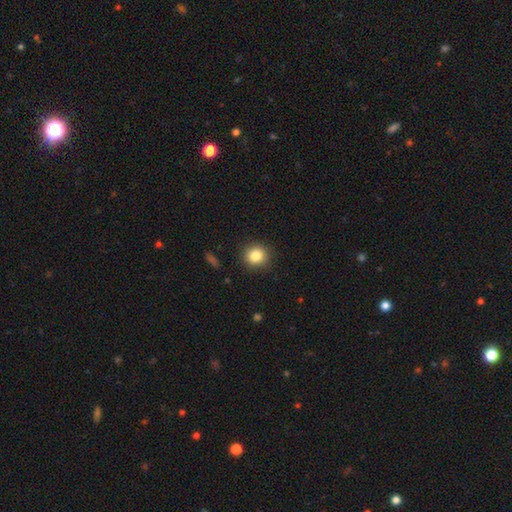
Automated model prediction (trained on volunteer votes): Overall: smooth (83%). How rounded: round (89%). Merging: none (90%).